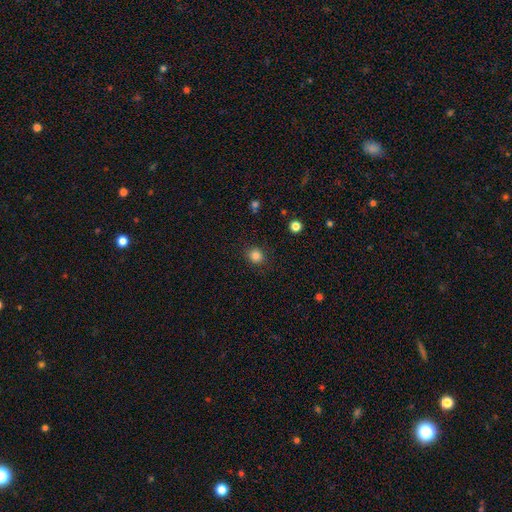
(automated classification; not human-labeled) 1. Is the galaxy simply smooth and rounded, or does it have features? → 84% smooth, 12% star or artifact, 5% featured or disk.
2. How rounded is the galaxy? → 84% round, 15% in between, 1% cigar-shaped.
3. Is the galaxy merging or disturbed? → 88% none, 8% minor disturbance, 3% major disturbance, 1% merger.